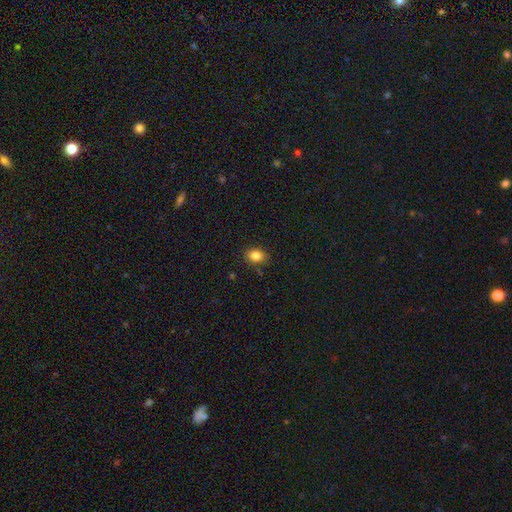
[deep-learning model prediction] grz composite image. It shows a smooth galaxy with no disk features (84%) that is in between round and cigar-shaped (64%). Merging: none (83%).